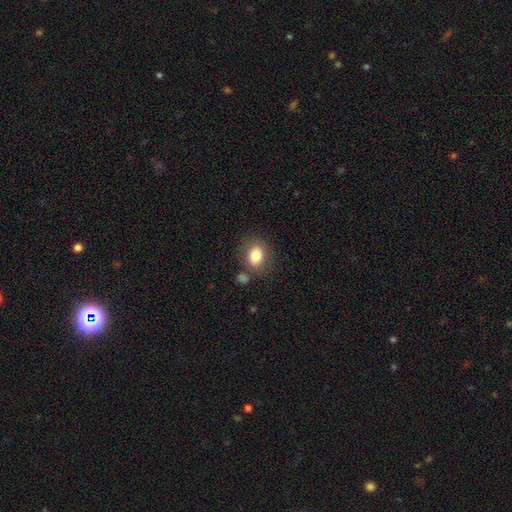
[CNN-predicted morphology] This is clearly a smooth galaxy (81%). How rounded: likely in between (61%). Merging: likely none (73%).